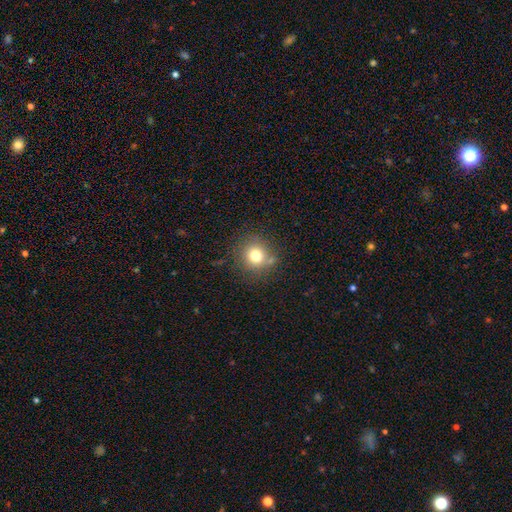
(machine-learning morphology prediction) The model was most divided on "smooth or featured": smooth: 77%, star or artifact: 13%, featured or disk: 10%. More confident: how rounded — round (88%); merging — none (77%).